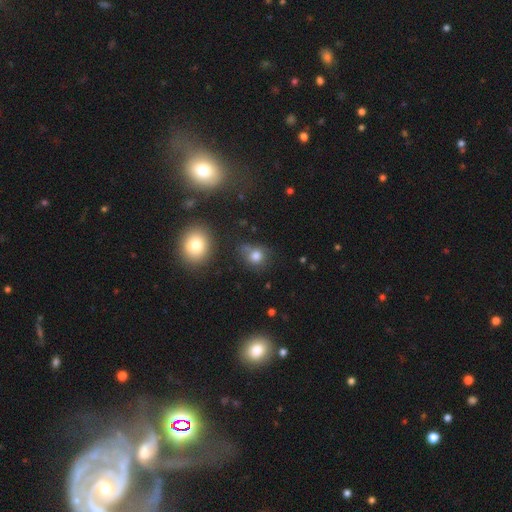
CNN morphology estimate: type=smooth (78%); roundness=round (73%); merging=none (58%).